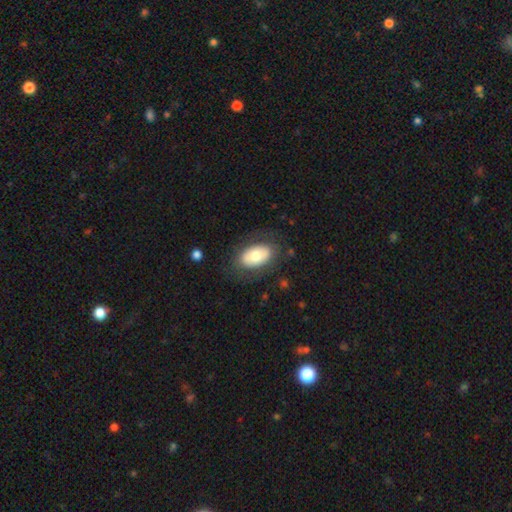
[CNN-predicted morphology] smooth_or_featured: smooth (p=0.68) [alt: featured or disk p=0.26]
how_rounded: in between (p=0.92) [alt: round p=0.06]
merging: none (p=0.77) [alt: minor disturbance p=0.14]